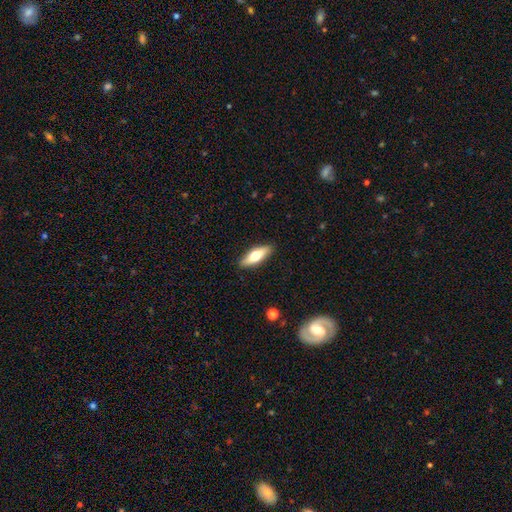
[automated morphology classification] Smooth or featured: smooth — 56% (featured or disk — 38%)
How rounded: in between — 55% (cigar-shaped — 43%)
Merging: none — 89% (minor disturbance — 8%)